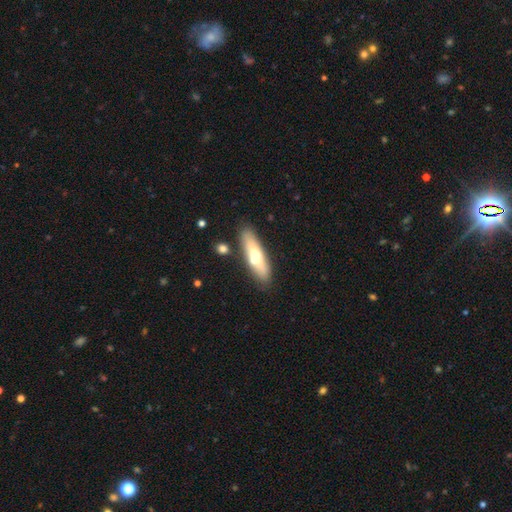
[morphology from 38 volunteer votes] This is possibly a smooth galaxy (50%). How rounded: clearly cigar-shaped (84%). Merging: likely none (62%).